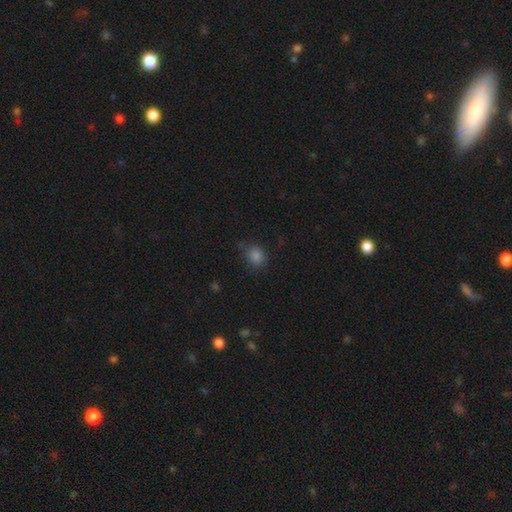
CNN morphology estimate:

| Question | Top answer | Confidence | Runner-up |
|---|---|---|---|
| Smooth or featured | smooth | 81% | star or artifact (15%) |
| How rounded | round | 64% | in between (35%) |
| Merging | none | 74% | minor disturbance (19%) |